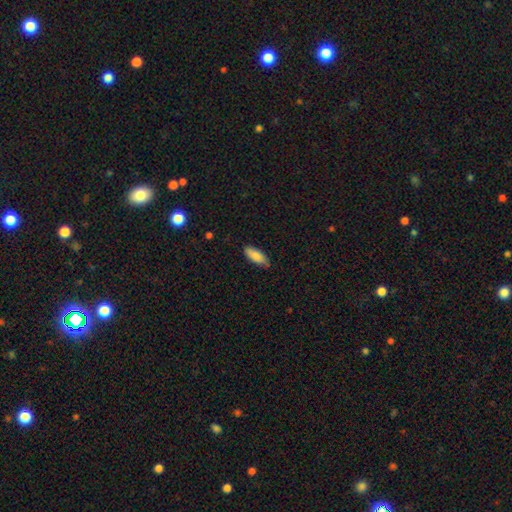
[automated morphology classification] The model was most divided on "how rounded": in between: 75%, cigar-shaped: 24%, round: 2%. More confident: smooth or featured — smooth (83%); merging — none (80%).